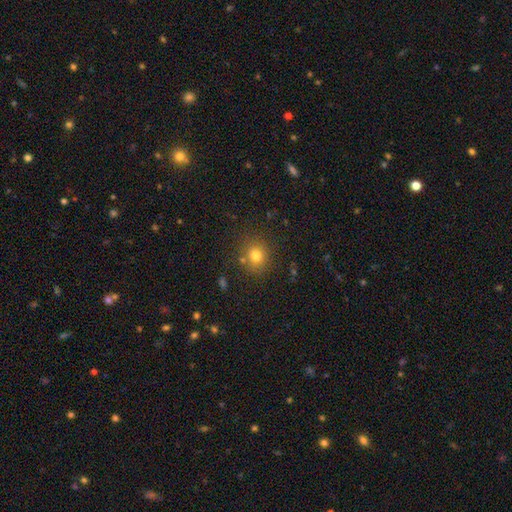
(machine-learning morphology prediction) Overall: smooth (77%). How rounded: round (83%). Merging: none (81%).